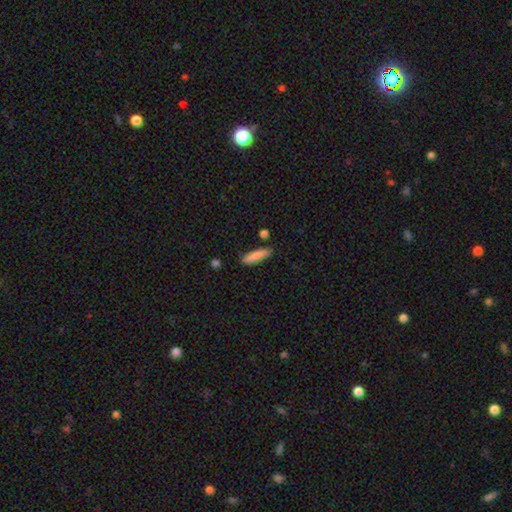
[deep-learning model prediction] Smooth or featured? smooth (83%)
How rounded? cigar-shaped (77%)
Merging? none (83%)